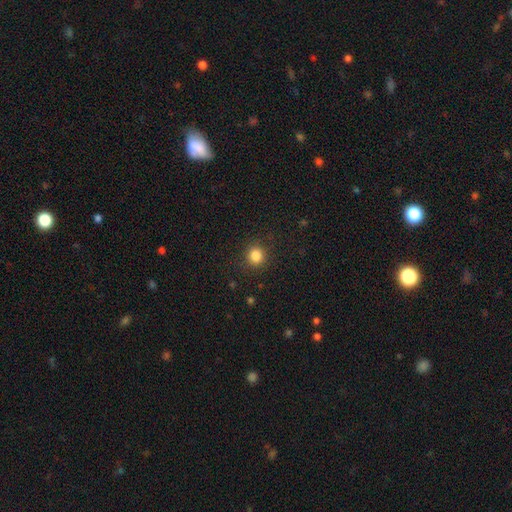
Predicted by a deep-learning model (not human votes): Smooth or featured: smooth — 84% (star or artifact — 12%)
How rounded: round — 90% (in between — 9%)
Merging: none — 89% (minor disturbance — 7%)